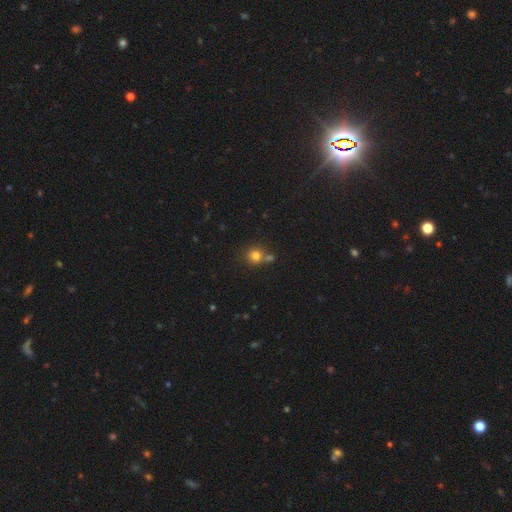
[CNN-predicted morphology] Smooth or featured? Predicted: smooth (p=0.78). How rounded? Predicted: round (p=0.90). Merging? Predicted: none (p=0.60).